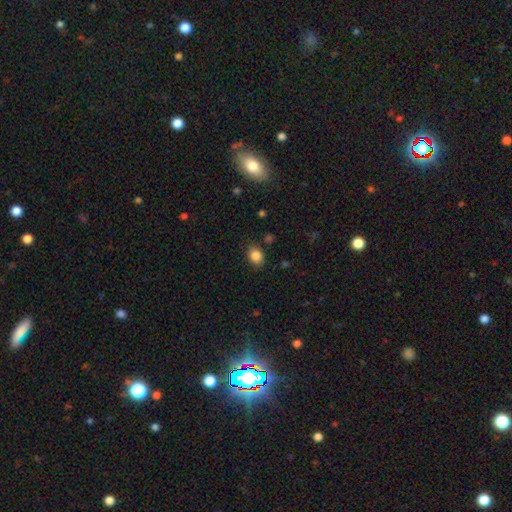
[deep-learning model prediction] smooth 85%, star or artifact 10%, featured or disk 5%. Down the decision tree: how rounded — in between (54%); merging — none (84%).